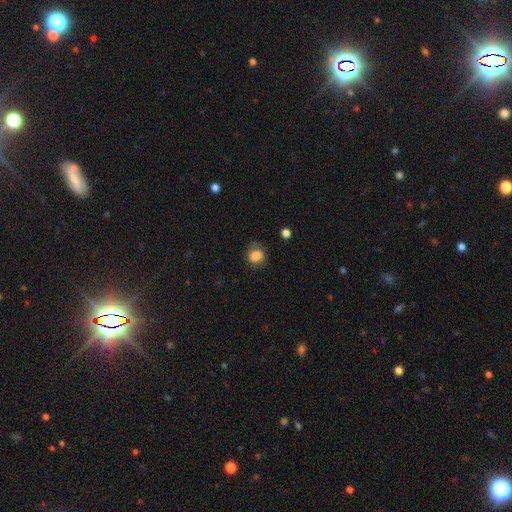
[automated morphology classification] type=smooth (81%); roundness=round (58%); merging=none (66%).